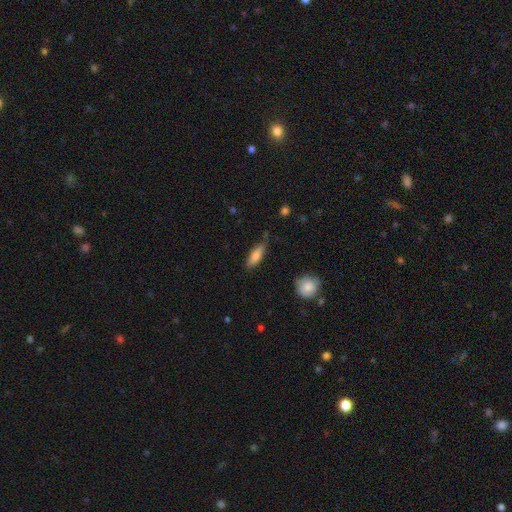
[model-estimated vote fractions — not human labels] This is likely a smooth galaxy (79%). How rounded: possibly in between (56%). Merging: likely none (76%).